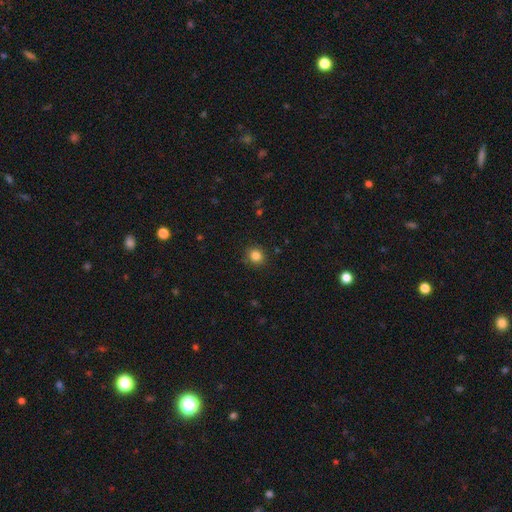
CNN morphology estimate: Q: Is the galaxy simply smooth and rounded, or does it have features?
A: smooth — 84%.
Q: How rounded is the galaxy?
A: round — 85%.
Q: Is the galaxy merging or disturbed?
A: none — 88%.